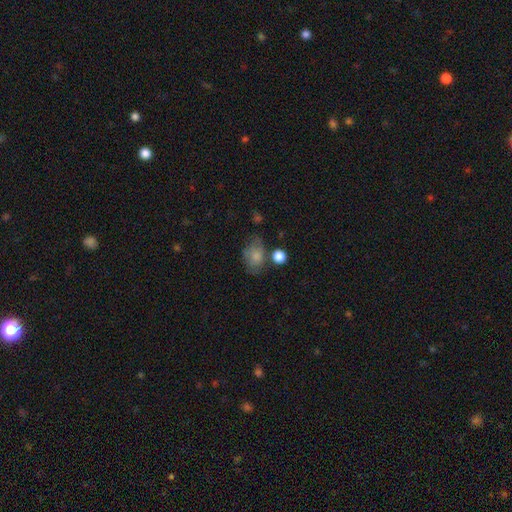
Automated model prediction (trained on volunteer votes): smooth_or_featured: smooth (p=0.77) [alt: featured or disk p=0.13]
how_rounded: in between (p=0.67) [alt: round p=0.32]
merging: none (p=0.48) [alt: minor disturbance p=0.27]